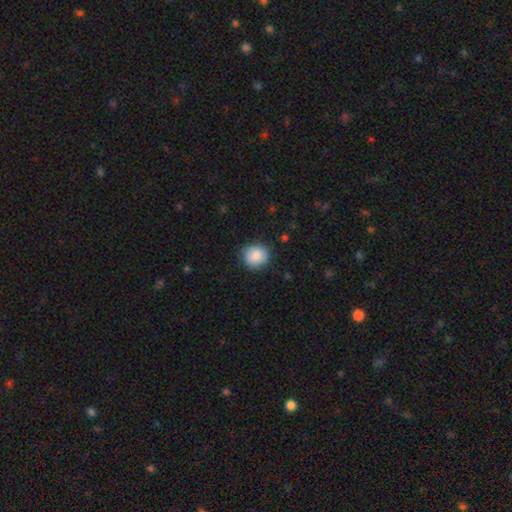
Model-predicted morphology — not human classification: This appears to be a smooth galaxy with no disk features (89%) that is round (85%). Merging: none (86%).